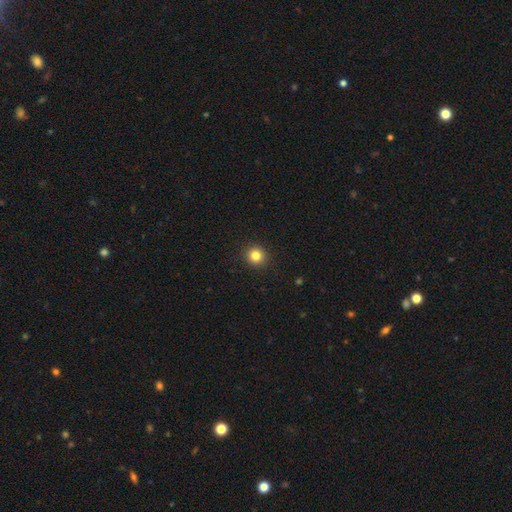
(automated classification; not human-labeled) Smooth or featured?
  - smooth: 83% *
  - star or artifact: 12%
  - featured or disk: 5%
How rounded?
  - round: 92% *
  - in between: 7%
  - cigar-shaped: 1%
Merging?
  - none: 92% *
  - minor disturbance: 5%
  - major disturbance: 2%
  - merger: 1%